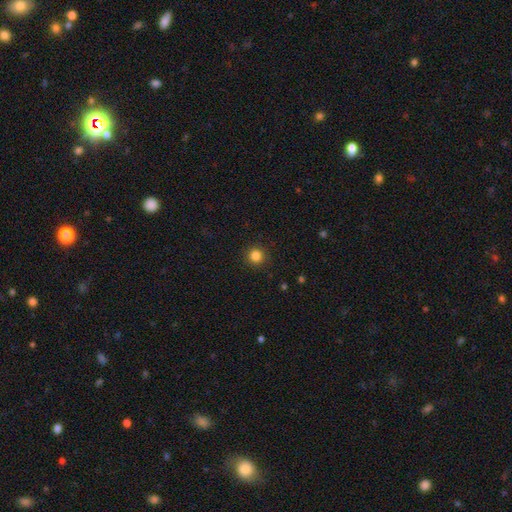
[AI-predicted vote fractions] Q: Smooth or featured?
A: smooth (84%); runner-up: star or artifact (12%)
Q: How rounded?
A: round (95%); runner-up: in between (4%)
Q: Merging?
A: none (92%); runner-up: minor disturbance (5%)